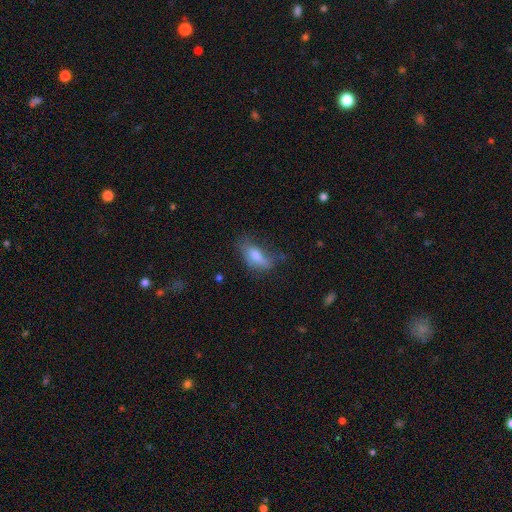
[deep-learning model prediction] Q: Smooth or featured?
A: smooth (70%); runner-up: featured or disk (20%)
Q: How rounded?
A: in between (76%); runner-up: cigar-shaped (21%)
Q: Merging?
A: none (43%); runner-up: minor disturbance (31%)